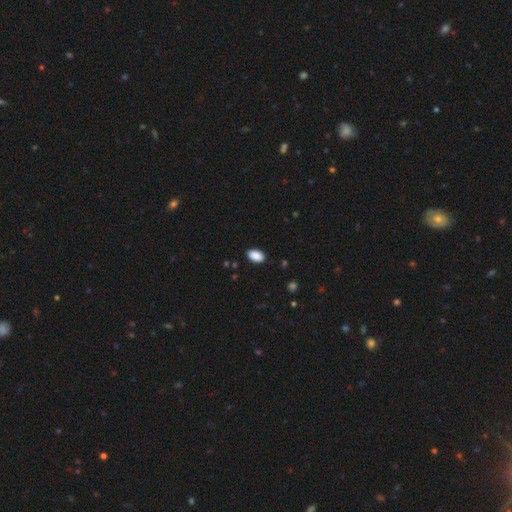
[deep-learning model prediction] Morphology: type=smooth (90%); roundness=in between (92%); merging=none (88%).